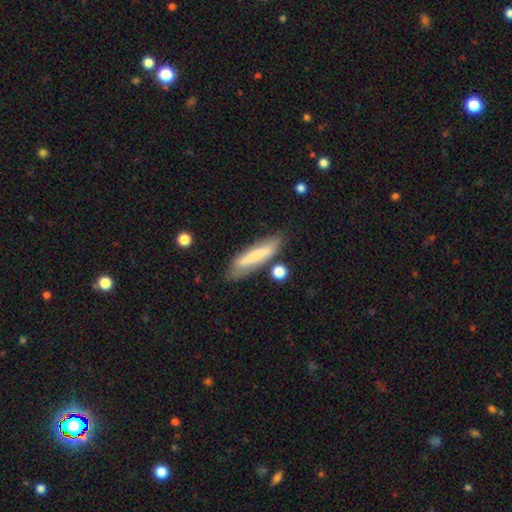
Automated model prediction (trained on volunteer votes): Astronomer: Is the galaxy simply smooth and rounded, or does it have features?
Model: smooth — 58% (runner-up: featured or disk, 36%).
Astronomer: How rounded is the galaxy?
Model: cigar-shaped — 74%.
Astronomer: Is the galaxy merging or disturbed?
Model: none — 71%.